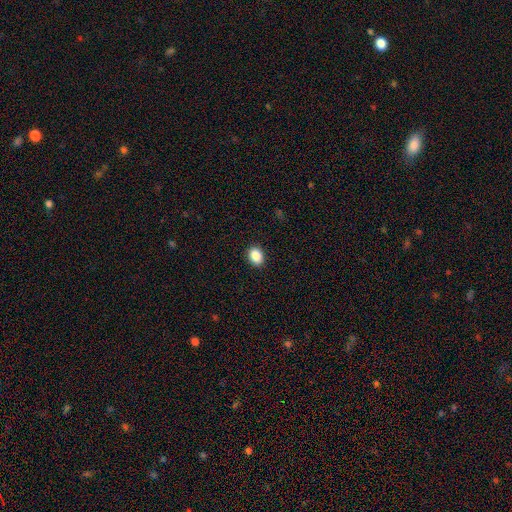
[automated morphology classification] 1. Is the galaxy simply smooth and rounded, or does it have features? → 87% smooth, 9% star or artifact, 4% featured or disk.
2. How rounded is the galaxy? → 59% in between, 40% round, 1% cigar-shaped.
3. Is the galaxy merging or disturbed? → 91% none, 6% minor disturbance, 2% major disturbance, 1% merger.